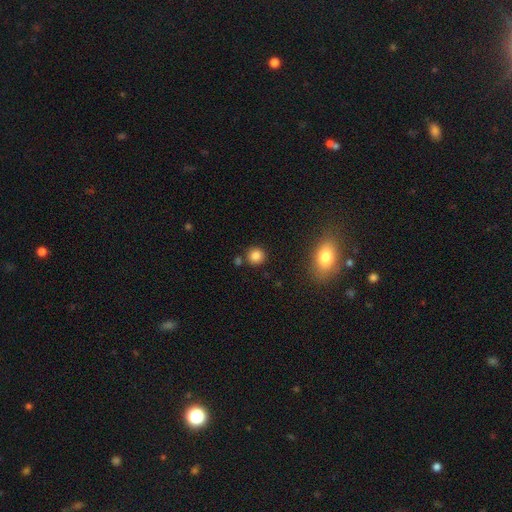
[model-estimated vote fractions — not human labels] A smooth galaxy with no disk features (84%) that is round (91%).

Vote fractions:
- Smooth or featured? smooth: 84% / star or artifact: 11% / featured or disk: 5%
- How rounded? round: 91% / in between: 8% / cigar-shaped: 1%
- Merging? none: 84% / minor disturbance: 8% / merger: 6% / major disturbance: 3%